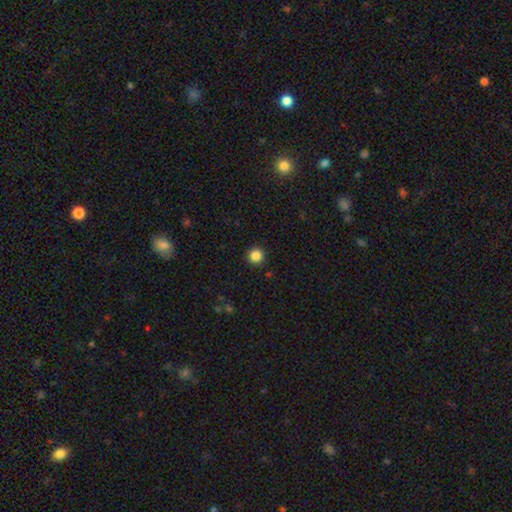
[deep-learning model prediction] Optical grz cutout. It shows a smooth galaxy with no disk features (85%) that is round (96%). Merging: none (93%).